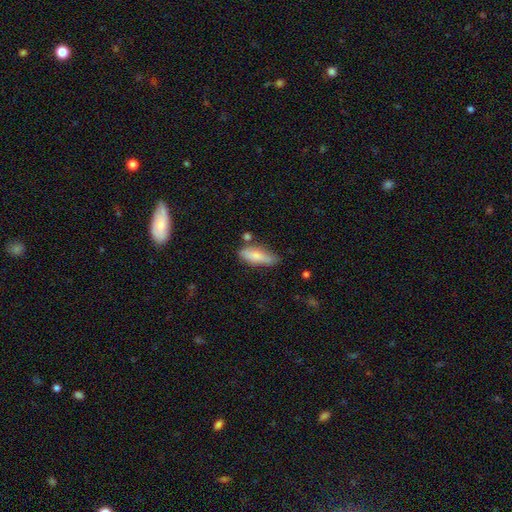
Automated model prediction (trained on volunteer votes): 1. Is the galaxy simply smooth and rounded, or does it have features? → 77% smooth, 16% featured or disk, 6% star or artifact.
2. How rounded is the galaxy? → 62% in between, 36% cigar-shaped, 2% round.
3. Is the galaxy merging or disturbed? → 61% none, 26% minor disturbance, 8% merger, 6% major disturbance.